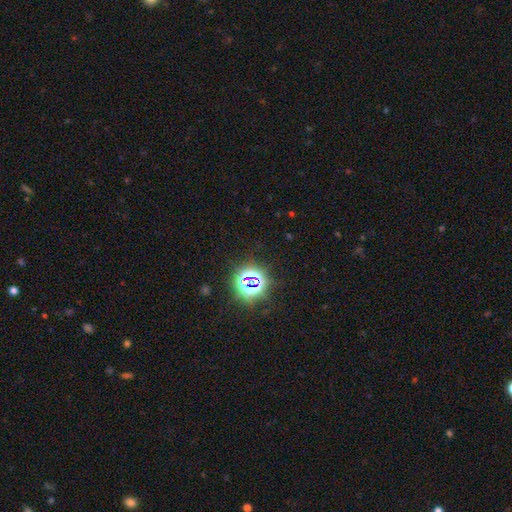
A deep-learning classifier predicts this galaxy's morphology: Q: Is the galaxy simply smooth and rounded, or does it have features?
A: star or artifact — 81%.